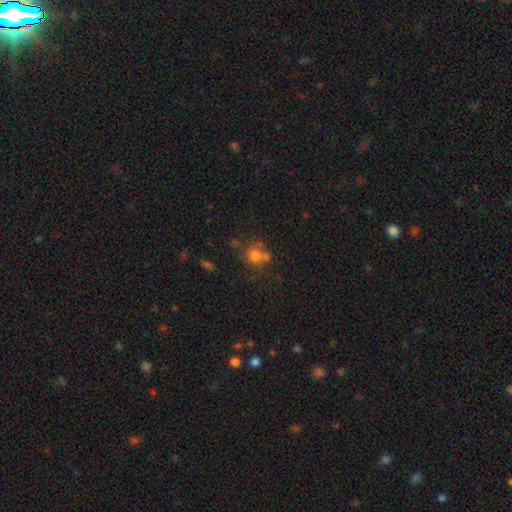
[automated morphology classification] Smooth or featured? smooth (67%)
How rounded? round (77%)
Merging? none (47%)